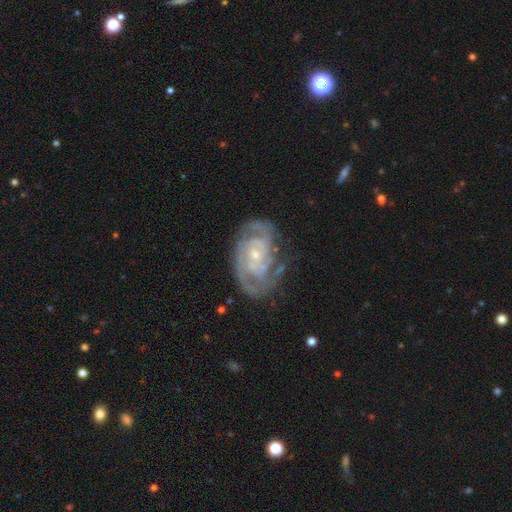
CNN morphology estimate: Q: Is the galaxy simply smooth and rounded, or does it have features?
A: featured or disk — 87%.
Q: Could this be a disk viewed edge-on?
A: no — 97%.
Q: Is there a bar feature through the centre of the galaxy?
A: no — 66%.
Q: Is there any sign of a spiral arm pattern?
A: yes — 95%.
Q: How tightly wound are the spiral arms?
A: tight — 62%.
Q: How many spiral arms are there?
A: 2 — 40%.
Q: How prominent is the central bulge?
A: small — 68%.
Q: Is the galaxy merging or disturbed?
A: none — 68%.